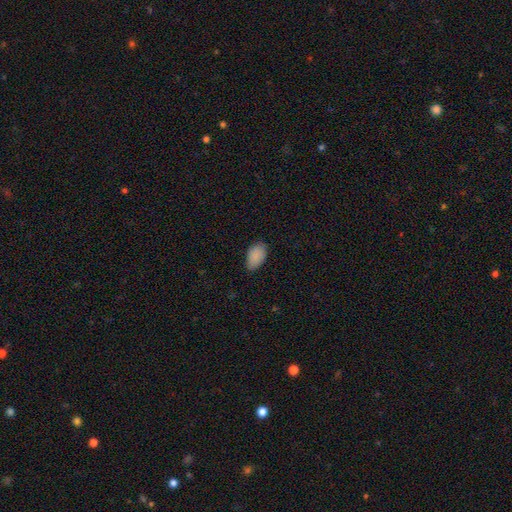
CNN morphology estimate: A smooth galaxy with no disk features (89%) that is in between round and cigar-shaped (93%). Merging: none (74%).